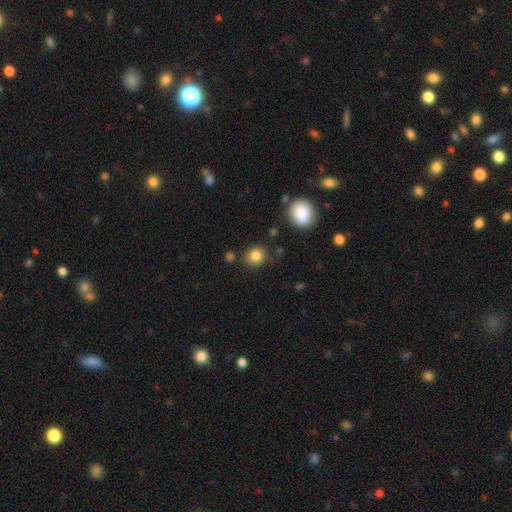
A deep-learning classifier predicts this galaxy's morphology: smooth_or_featured: smooth (p=0.84) [alt: star or artifact p=0.10]
how_rounded: round (p=0.78) [alt: in between p=0.21]
merging: none (p=0.82) [alt: minor disturbance p=0.11]